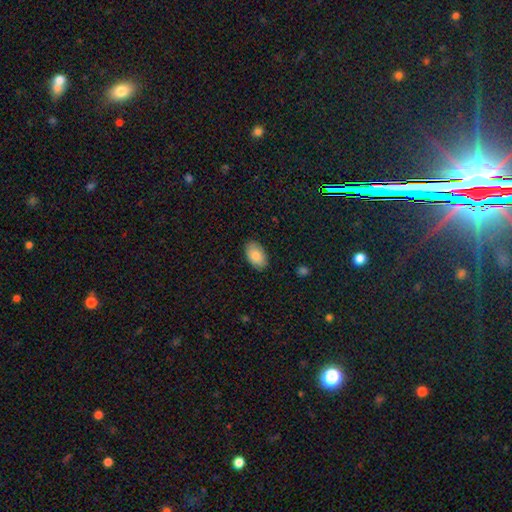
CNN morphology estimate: Smooth or featured? smooth (85%)
How rounded? in between (93%)
Merging? none (87%)